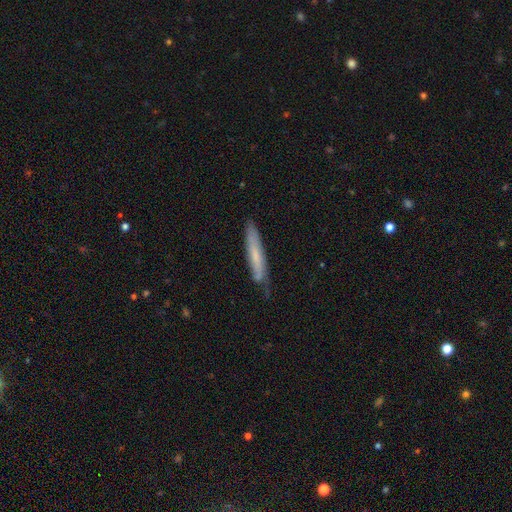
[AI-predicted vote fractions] The model was most divided on "smooth or featured": smooth: 57%, featured or disk: 37%, star or artifact: 6%. More confident: how rounded — cigar-shaped (92%); merging — none (67%).